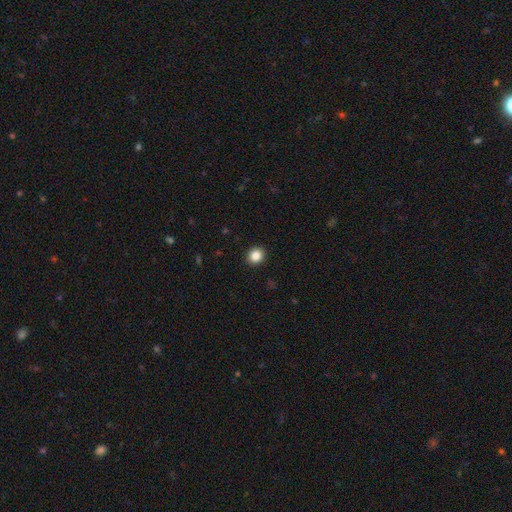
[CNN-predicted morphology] smooth-or-featured: smooth: 86% | star or artifact: 10% | featured or disk: 4%
  how-rounded: round: 83% | in between: 16% | cigar-shaped: 1%
  merging: none: 92% | minor disturbance: 5% | major disturbance: 2% | merger: 1%